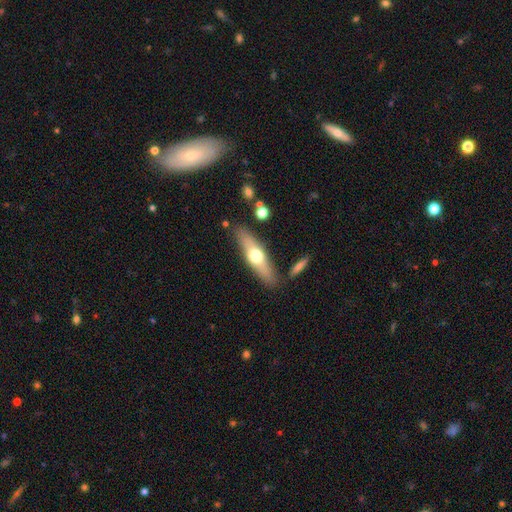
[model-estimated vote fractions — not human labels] Smooth or featured: smooth — 48% (featured or disk — 46%)
Merging: none — 82% (minor disturbance — 10%)